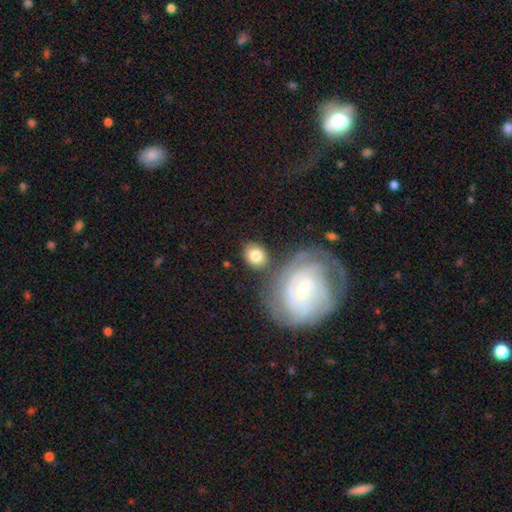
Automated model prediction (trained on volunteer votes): A smooth galaxy with no disk features (71%) that is round (58%). Merging: none (69%).